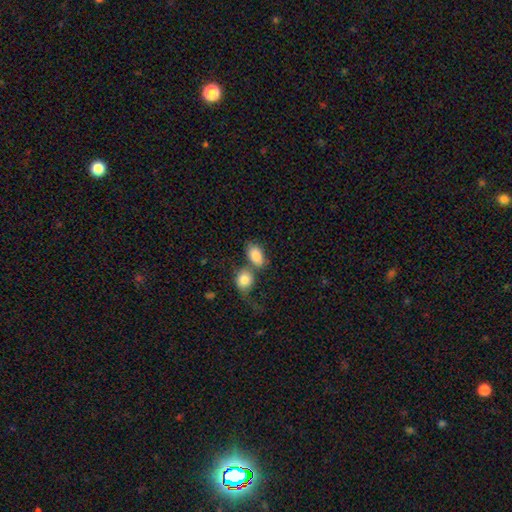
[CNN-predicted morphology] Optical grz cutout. It shows a smooth galaxy with no disk features (85%) that is in between round and cigar-shaped (86%). Merging: merger (45%).